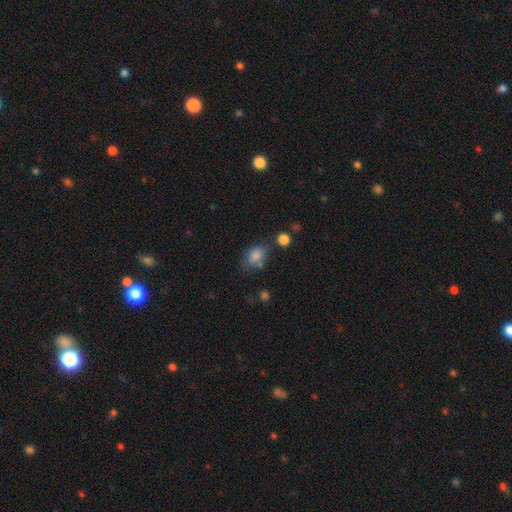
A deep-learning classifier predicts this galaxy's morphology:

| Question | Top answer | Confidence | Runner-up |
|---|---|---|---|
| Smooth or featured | smooth | 81% | star or artifact (11%) |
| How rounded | in between | 71% | round (28%) |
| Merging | none | 57% | minor disturbance (24%) |